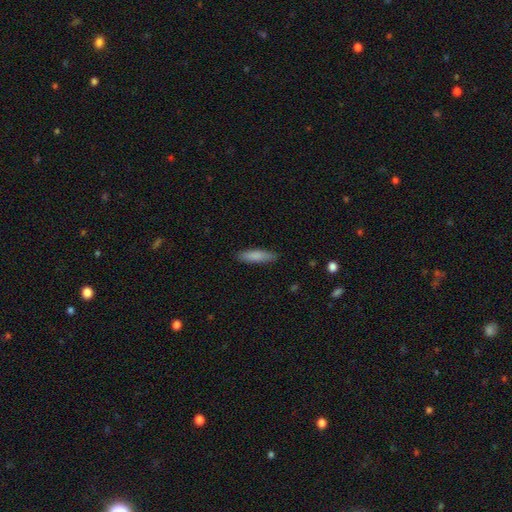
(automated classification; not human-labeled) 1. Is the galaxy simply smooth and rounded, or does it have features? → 84% smooth, 11% featured or disk, 6% star or artifact.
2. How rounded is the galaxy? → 66% cigar-shaped, 32% in between, 2% round.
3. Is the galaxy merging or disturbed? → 86% none, 11% minor disturbance, 2% major disturbance, 1% merger.